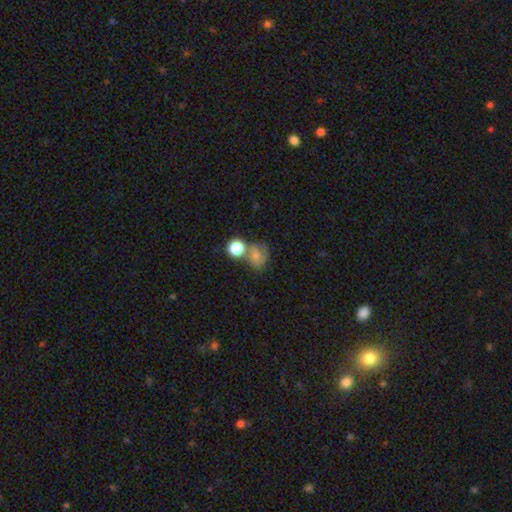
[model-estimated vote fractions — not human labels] Q: Smooth or featured?
A: smooth (62%); runner-up: featured or disk (25%)
Q: How rounded?
A: round (67%); runner-up: in between (32%)
Q: Merging?
A: none (39%); runner-up: merger (33%)